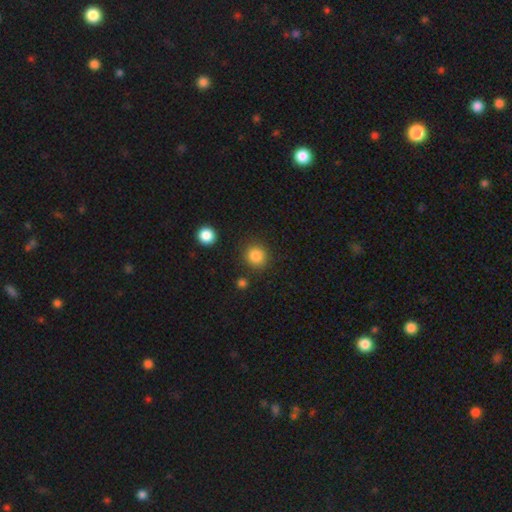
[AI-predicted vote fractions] Q: Smooth or featured?
A: smooth (86%); runner-up: star or artifact (10%)
Q: How rounded?
A: round (89%); runner-up: in between (10%)
Q: Merging?
A: none (86%); runner-up: minor disturbance (8%)